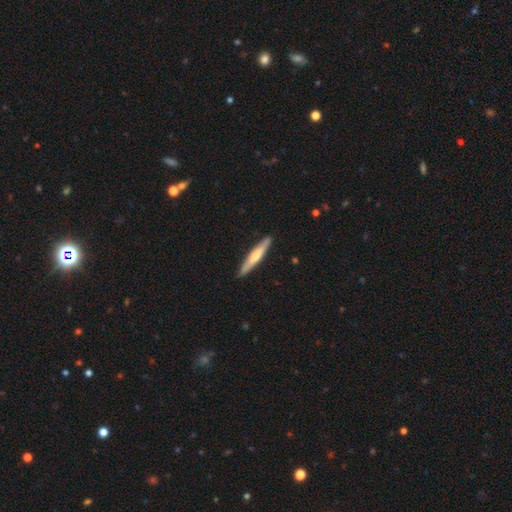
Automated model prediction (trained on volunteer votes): A smooth galaxy with no disk features (53%) that is cigar-shaped (93%). Merging: none (90%).